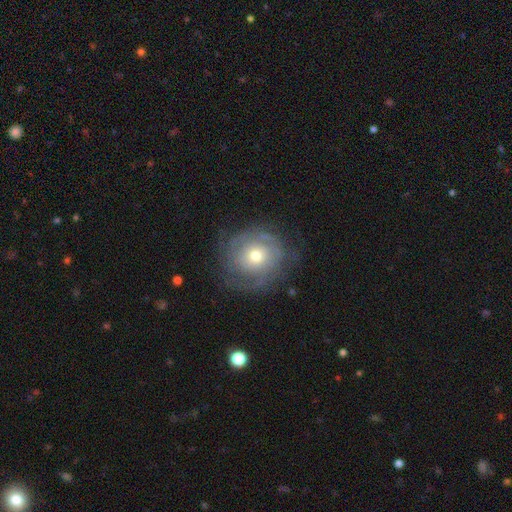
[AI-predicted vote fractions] smooth_or_featured: featured or disk (p=0.63) [alt: smooth p=0.29]
disk_edge_on: no (p=0.97) [alt: yes p=0.03]
bar: no (p=0.84) [alt: weak p=0.13]
has_spiral_arms: yes (p=0.77) [alt: no p=0.23]
bulge_size: moderate (p=0.61) [alt: small p=0.32]
merging: none (p=0.71) [alt: minor disturbance p=0.18]